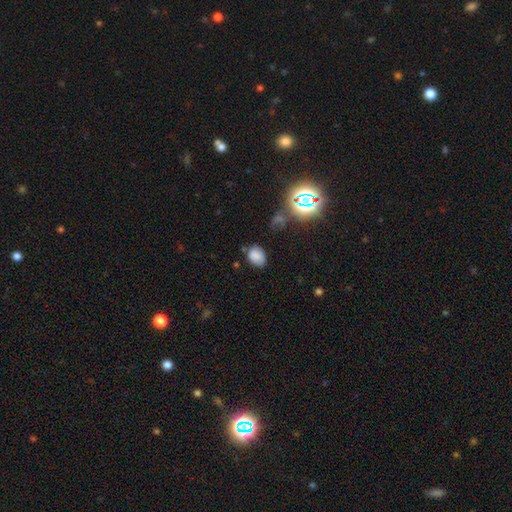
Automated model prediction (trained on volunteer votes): Smooth or featured: smooth — 79% (star or artifact — 13%)
How rounded: in between — 70% (round — 29%)
Merging: none — 70% (minor disturbance — 21%)